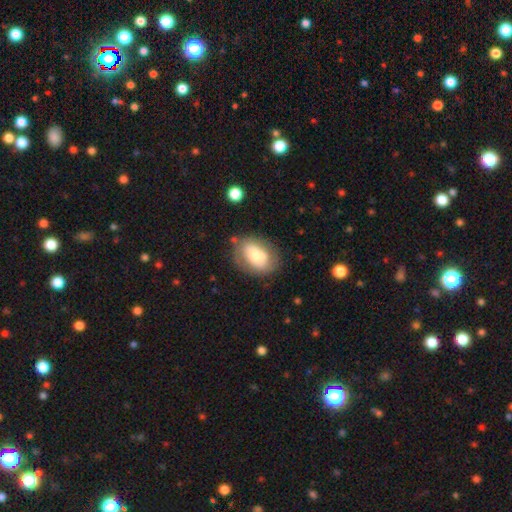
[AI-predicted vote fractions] A smooth galaxy with no disk features (59%) that is in between round and cigar-shaped (78%).

Vote fractions:
- Smooth or featured? smooth: 59% / featured or disk: 34% / star or artifact: 8%
- How rounded? in between: 78% / round: 21% / cigar-shaped: 1%
- Merging? none: 63% / minor disturbance: 21% / merger: 8% / major disturbance: 8%